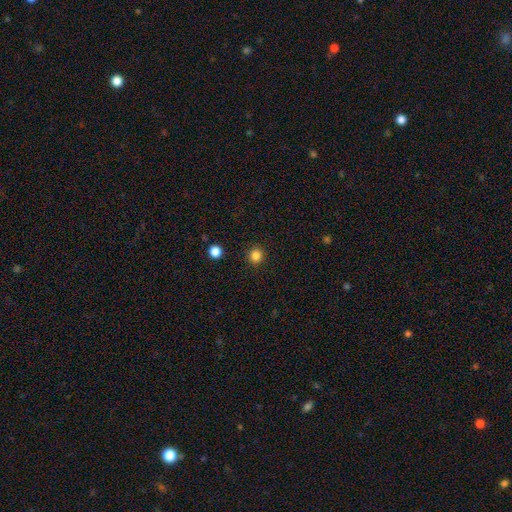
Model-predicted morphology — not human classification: type=smooth (84%); roundness=round (92%); merging=none (92%).